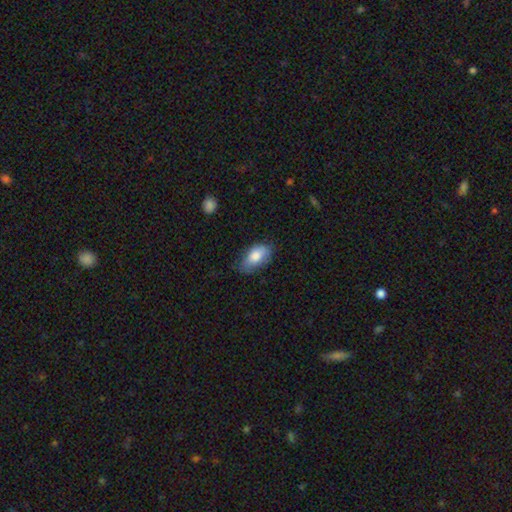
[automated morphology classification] smooth_or_featured: smooth (p=0.81) [alt: featured or disk p=0.12]
how_rounded: in between (p=0.92) [alt: round p=0.04]
merging: none (p=0.65) [alt: minor disturbance p=0.27]